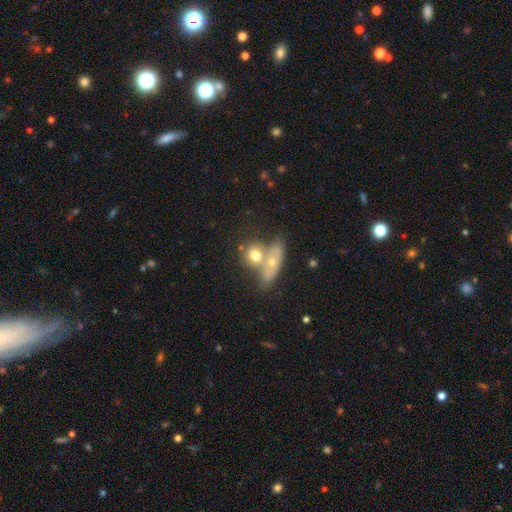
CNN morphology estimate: smooth 62%, featured or disk 30%, star or artifact 8%. Down the decision tree: how rounded — round (59%); merging — merger (55%).